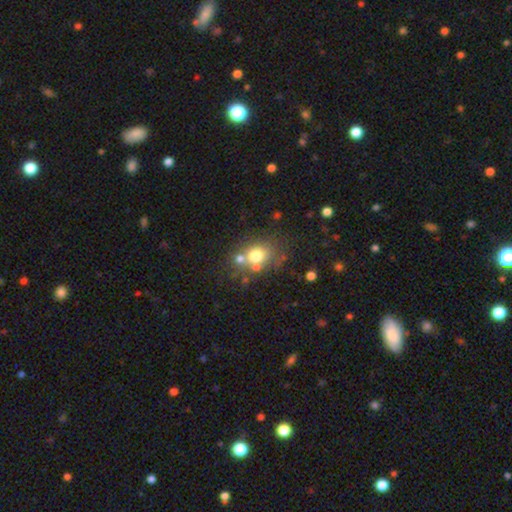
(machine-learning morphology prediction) smooth-or-featured: smooth: 69% | featured or disk: 17% | star or artifact: 14%
  how-rounded: round: 54% | in between: 45% | cigar-shaped: 1%
  merging: none: 56% | merger: 25% | minor disturbance: 13% | major disturbance: 6%